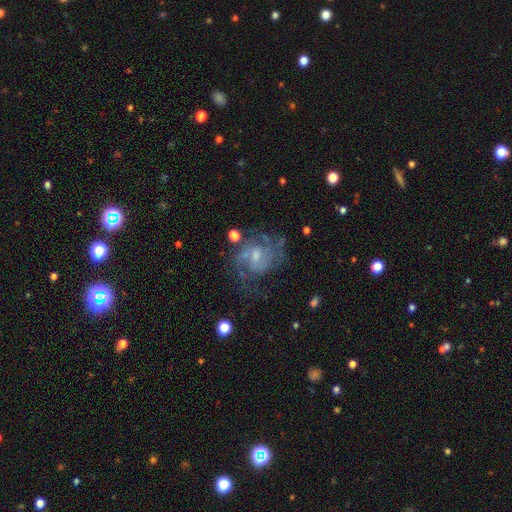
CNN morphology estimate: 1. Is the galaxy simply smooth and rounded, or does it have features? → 79% featured or disk, 13% smooth, 9% star or artifact.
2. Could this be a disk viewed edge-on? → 98% no, 2% yes.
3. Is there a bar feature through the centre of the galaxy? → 47% weak, 46% no, 7% strong.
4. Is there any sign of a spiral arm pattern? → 88% yes, 12% no.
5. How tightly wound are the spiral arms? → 46% medium, 36% tight, 18% loose.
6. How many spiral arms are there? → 41% 2, 31% can't tell, 14% 3, 5% 1, 5% 4, 4% more than 4.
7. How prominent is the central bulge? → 51% small, 36% moderate, 9% none, 3% large, 1% dominant.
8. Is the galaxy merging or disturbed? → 57% none, 19% minor disturbance, 19% major disturbance, 5% merger.